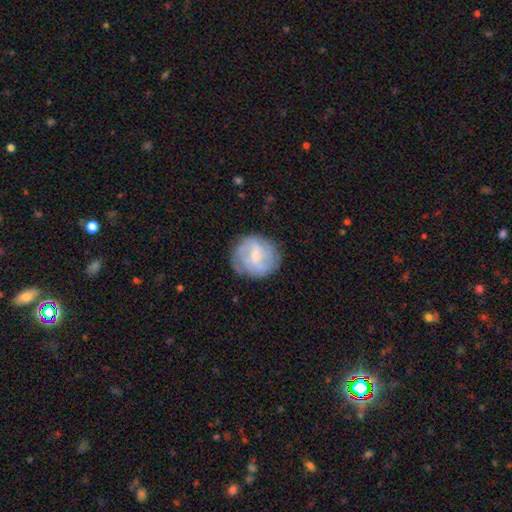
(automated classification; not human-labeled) Smooth or featured? Predicted: featured or disk (p=0.59). Edge-on disk? Predicted: no (p=0.97). Bar? Predicted: weak (p=0.54). Spiral arms? Predicted: yes (p=0.75). Bulge size? Predicted: small (p=0.55). Merging? Predicted: none (p=0.76).